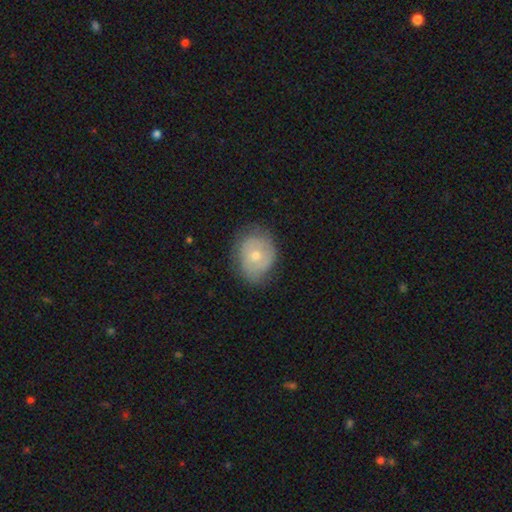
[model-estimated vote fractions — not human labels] Morphology: type=featured or disk (47%); merging=none (66%).